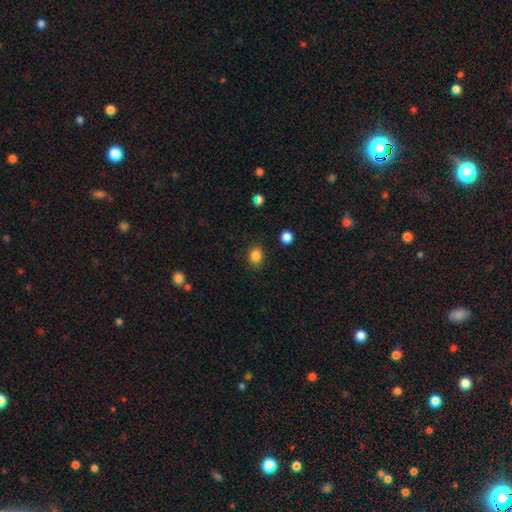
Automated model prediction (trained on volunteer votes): A smooth galaxy with no disk features (85%) that is in between round and cigar-shaped (53%).

Vote fractions:
- Smooth or featured? smooth: 85% / star or artifact: 11% / featured or disk: 4%
- How rounded? in between: 53% / round: 46% / cigar-shaped: 1%
- Merging? none: 87% / minor disturbance: 9% / major disturbance: 3% / merger: 2%